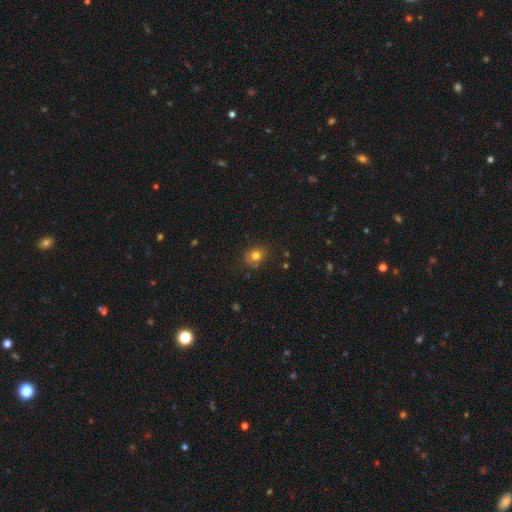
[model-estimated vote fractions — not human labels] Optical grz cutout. It shows a smooth galaxy with no disk features (77%) that is round (63%). Merging: none (67%).